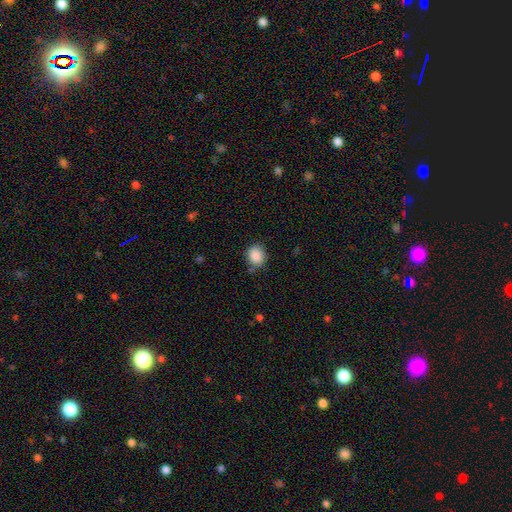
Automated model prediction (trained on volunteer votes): Overall: smooth (88%). How rounded: round (63%; in between 36%). Merging: none (79%).